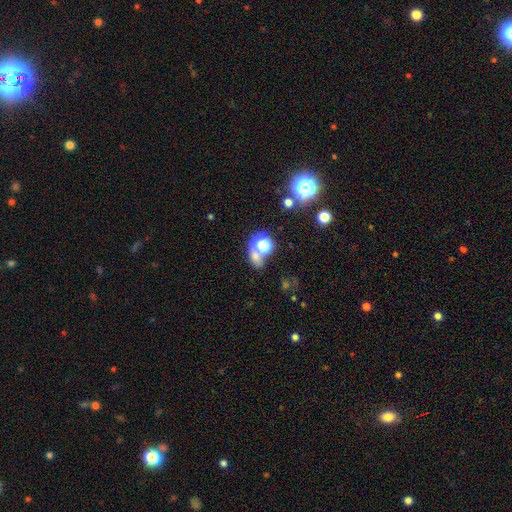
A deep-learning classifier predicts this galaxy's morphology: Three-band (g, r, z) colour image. It shows a smooth galaxy with no disk features (56%) that is round (60%). Merging: none (43%).